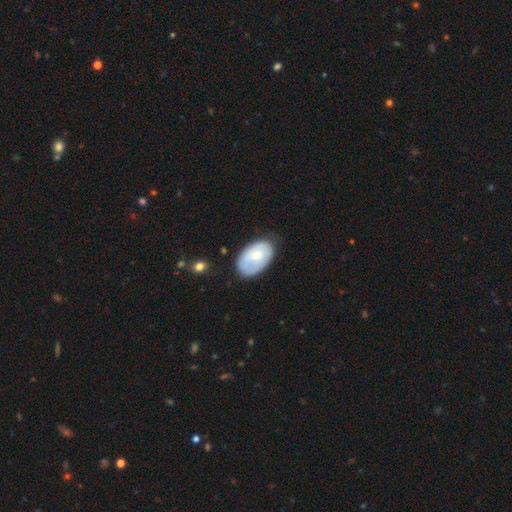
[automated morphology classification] This appears to be a smooth galaxy with no disk features (65%) that is in between round and cigar-shaped (92%). Merging: none (64%).